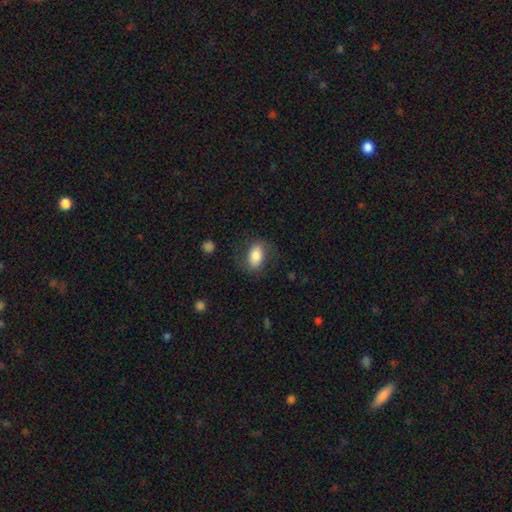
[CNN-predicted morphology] smooth-or-featured: smooth: 80% | featured or disk: 13% | star or artifact: 7%
  how-rounded: in between: 88% | round: 10% | cigar-shaped: 2%
  merging: none: 73% | minor disturbance: 16% | major disturbance: 9% | merger: 1%